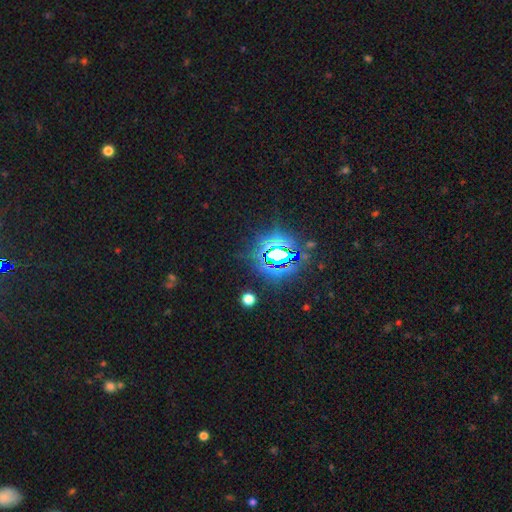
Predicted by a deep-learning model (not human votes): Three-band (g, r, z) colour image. It shows a star or artifact, not a galaxy (83%).